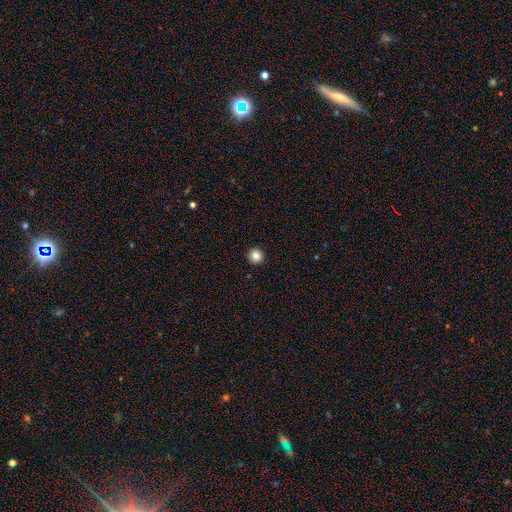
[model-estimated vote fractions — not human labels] Smooth or featured? smooth (85%)
How rounded? round (95%)
Merging? none (94%)